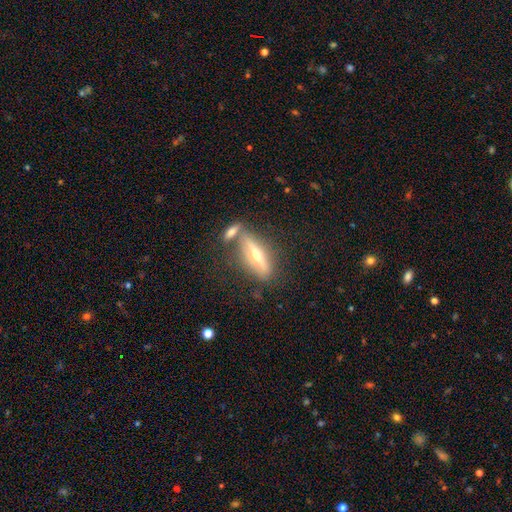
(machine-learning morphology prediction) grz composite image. It shows a featured or disk galaxy (66%) viewed edge-on (84%) with a rounded central bulge (94%). Merging: none (67%).